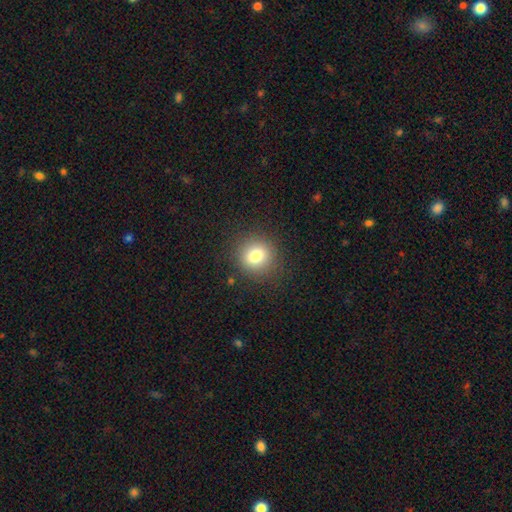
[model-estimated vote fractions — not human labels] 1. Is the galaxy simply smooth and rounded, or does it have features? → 79% smooth, 12% star or artifact, 9% featured or disk.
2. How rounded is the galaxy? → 87% round, 12% in between, 1% cigar-shaped.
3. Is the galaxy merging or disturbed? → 88% none, 8% minor disturbance, 3% major disturbance, 1% merger.